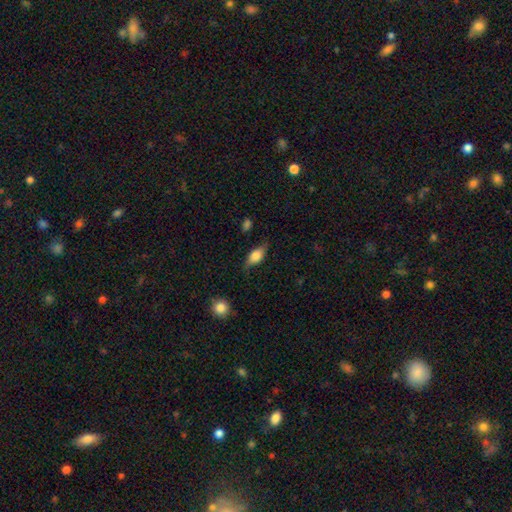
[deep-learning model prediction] smooth_or_featured: smooth (p=0.67) [alt: featured or disk p=0.25]
how_rounded: in between (p=0.80) [alt: cigar-shaped p=0.14]
merging: none (p=0.72) [alt: minor disturbance p=0.21]